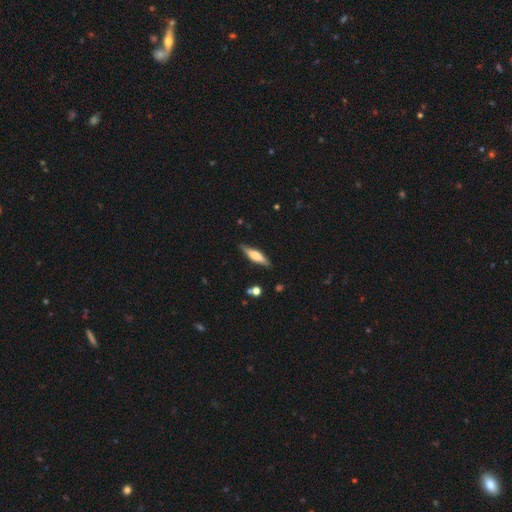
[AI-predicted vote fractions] This appears to be a smooth galaxy with no disk features (48%). Merging: none (86%).